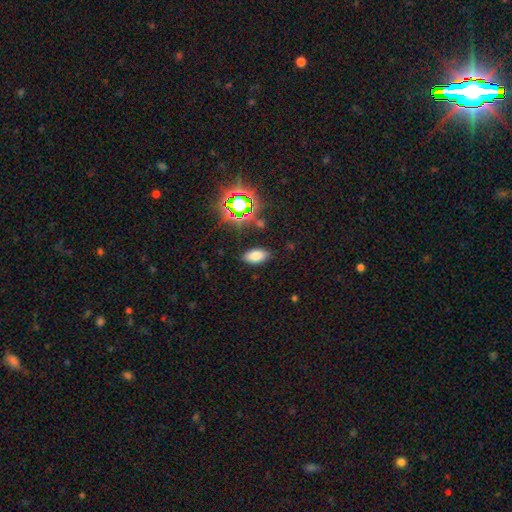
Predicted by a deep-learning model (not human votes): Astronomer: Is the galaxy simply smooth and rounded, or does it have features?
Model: smooth — 74%.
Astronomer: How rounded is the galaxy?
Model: in between — 92%.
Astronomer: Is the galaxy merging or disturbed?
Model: none — 86%.